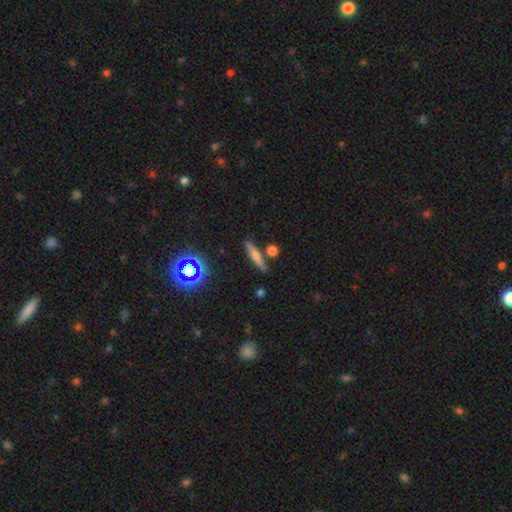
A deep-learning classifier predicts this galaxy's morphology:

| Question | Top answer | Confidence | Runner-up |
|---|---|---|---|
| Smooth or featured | smooth | 59% | featured or disk (29%) |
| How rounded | cigar-shaped | 85% | in between (10%) |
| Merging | none | 81% | minor disturbance (9%) |